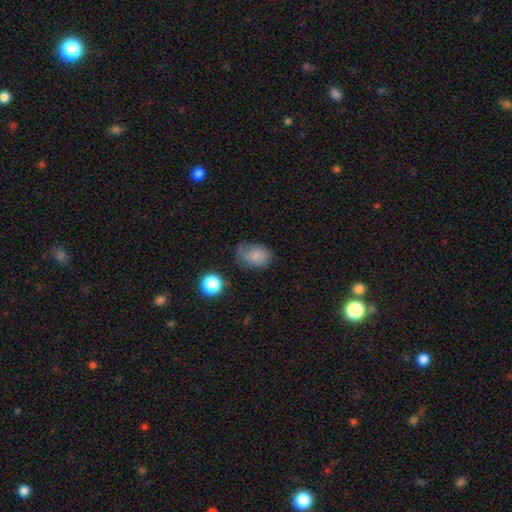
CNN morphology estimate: Overall: smooth (74%). How rounded: in between (72%). Merging: none (53%; minor disturbance 32%).